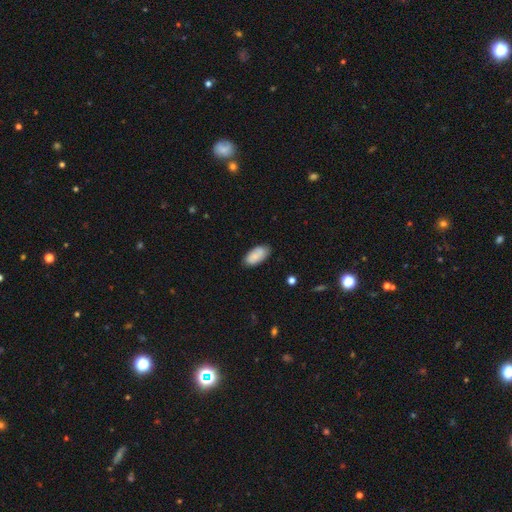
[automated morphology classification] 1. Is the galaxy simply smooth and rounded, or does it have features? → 78% smooth, 15% featured or disk, 7% star or artifact.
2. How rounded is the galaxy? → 93% in between, 4% cigar-shaped, 2% round.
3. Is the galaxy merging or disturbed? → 77% none, 18% minor disturbance, 3% major disturbance, 2% merger.